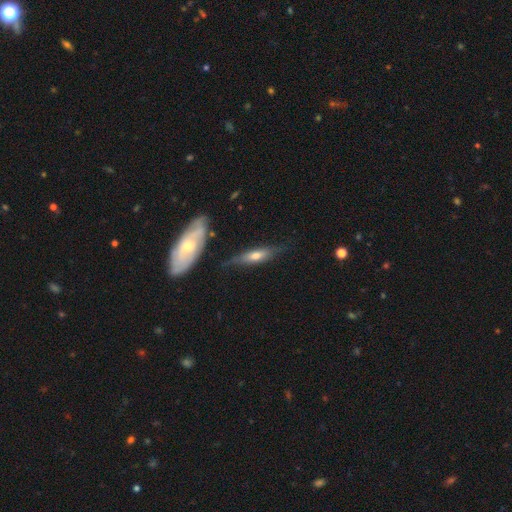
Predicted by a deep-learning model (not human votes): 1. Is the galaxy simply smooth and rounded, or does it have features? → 48% featured or disk, 46% smooth, 6% star or artifact.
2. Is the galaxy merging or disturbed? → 62% none, 24% minor disturbance, 8% major disturbance, 6% merger.